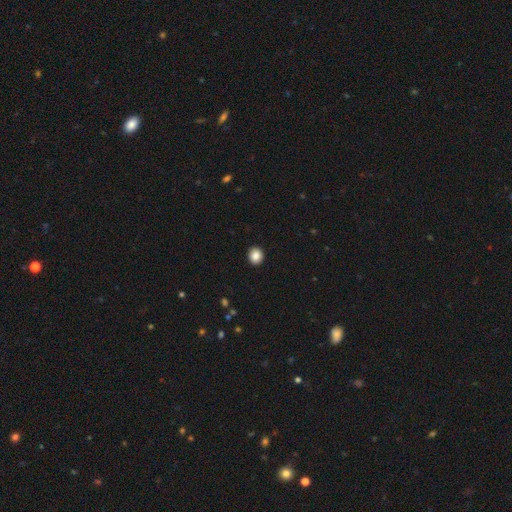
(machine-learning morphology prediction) Smooth or featured?
  - smooth: 87% *
  - star or artifact: 9%
  - featured or disk: 4%
How rounded?
  - round: 76% *
  - in between: 24%
  - cigar-shaped: 1%
Merging?
  - none: 92% *
  - minor disturbance: 5%
  - major disturbance: 2%
  - merger: 1%